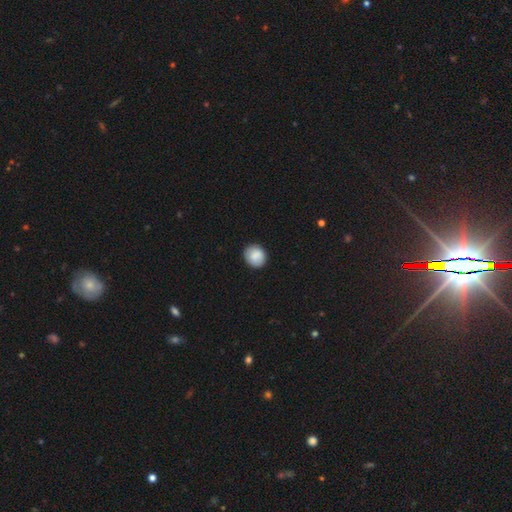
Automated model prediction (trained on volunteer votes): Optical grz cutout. It shows a smooth galaxy with no disk features (87%) that is round (79%). Merging: none (88%).